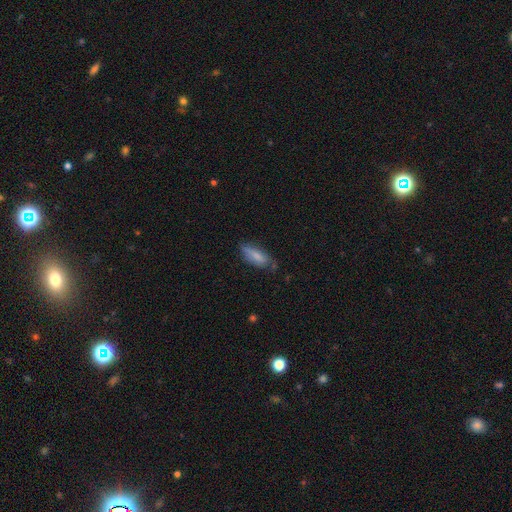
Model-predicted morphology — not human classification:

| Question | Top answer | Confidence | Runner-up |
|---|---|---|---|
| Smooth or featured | smooth | 77% | featured or disk (16%) |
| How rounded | in between | 62% | cigar-shaped (36%) |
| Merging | none | 61% | minor disturbance (30%) |